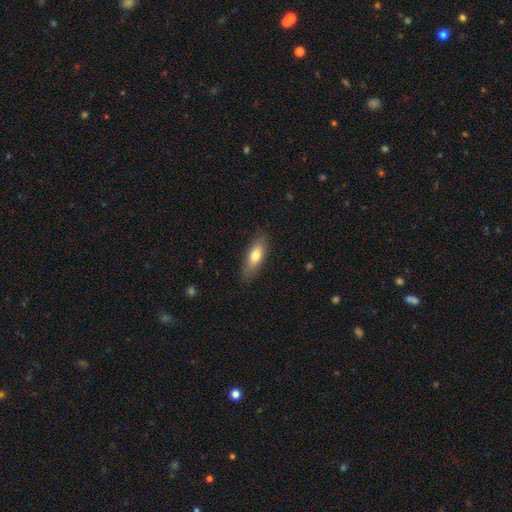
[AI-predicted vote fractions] Morphology: type=smooth (72%); roundness=in between (65%); merging=none (84%).